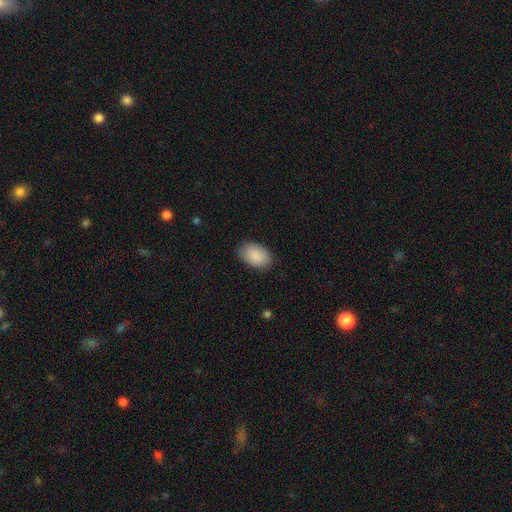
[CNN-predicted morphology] smooth 89%, star or artifact 6%, featured or disk 4%. Down the decision tree: how rounded — in between (90%); merging — none (85%).